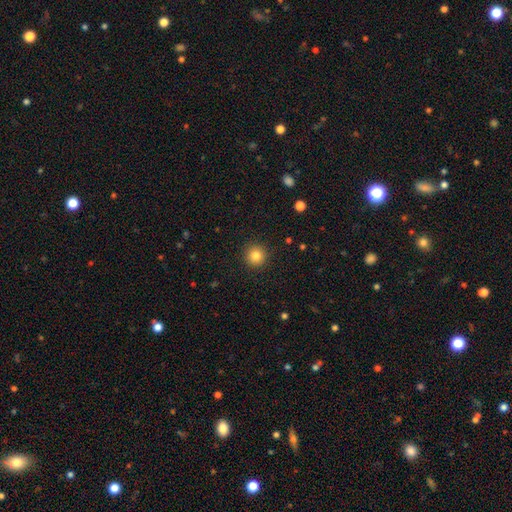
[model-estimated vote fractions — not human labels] This appears to be a smooth galaxy with no disk features (83%) that is round (95%). Merging: none (93%).